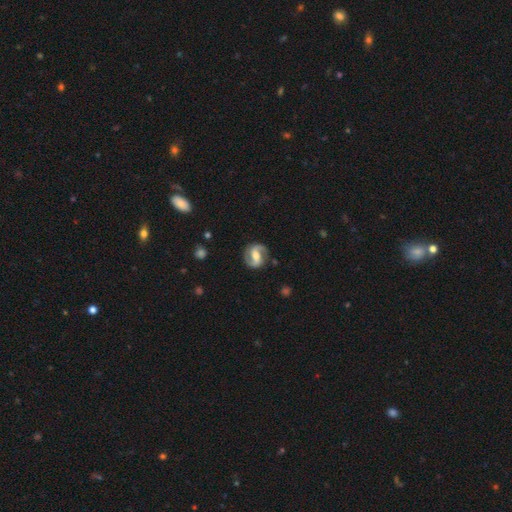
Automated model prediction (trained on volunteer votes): Smooth or featured?
  - featured or disk: 87% *
  - smooth: 9%
  - star or artifact: 5%
Edge-on disk?
  - no: 98% *
  - yes: 2%
Bar?
  - weak: 40% *
  - strong: 39%
  - no: 21%
Spiral arms?
  - yes: 96% *
  - no: 4%
Spiral winding?
  - medium: 53% *
  - loose: 26%
  - tight: 21%
Spiral arm count?
  - 2: 93% *
  - can't tell: 2%
  - 1: 2%
  - 3: 1%
  - 4: 1%
  - more than 4: 1%
Bulge size?
  - moderate: 62% *
  - small: 24%
  - large: 10%
  - none: 4%
  - dominant: 1%
Merging?
  - none: 84% *
  - minor disturbance: 11%
  - major disturbance: 4%
  - merger: 1%